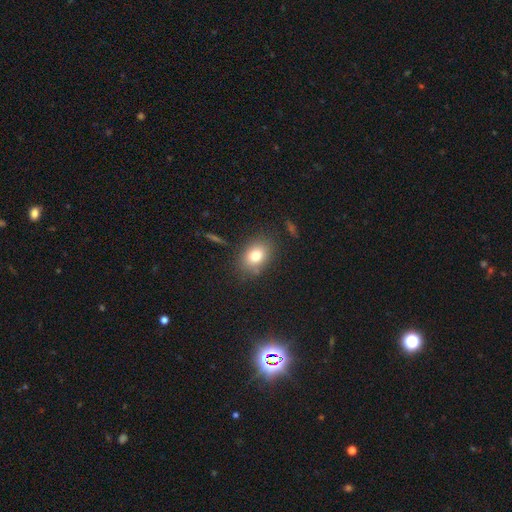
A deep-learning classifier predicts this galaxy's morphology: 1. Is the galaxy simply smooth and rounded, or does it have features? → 78% smooth, 11% featured or disk, 11% star or artifact.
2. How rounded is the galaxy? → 69% in between, 30% round, 1% cigar-shaped.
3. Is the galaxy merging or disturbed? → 81% none, 12% minor disturbance, 4% major disturbance, 3% merger.